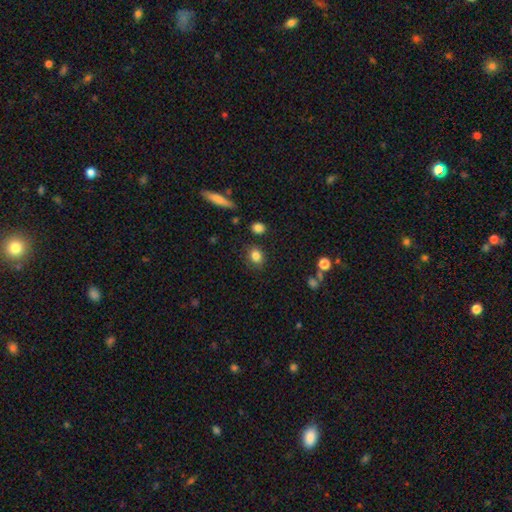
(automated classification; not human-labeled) smooth_or_featured: smooth (p=0.84) [alt: star or artifact p=0.10]
how_rounded: round (p=0.59) [alt: in between p=0.40]
merging: none (p=0.82) [alt: minor disturbance p=0.11]